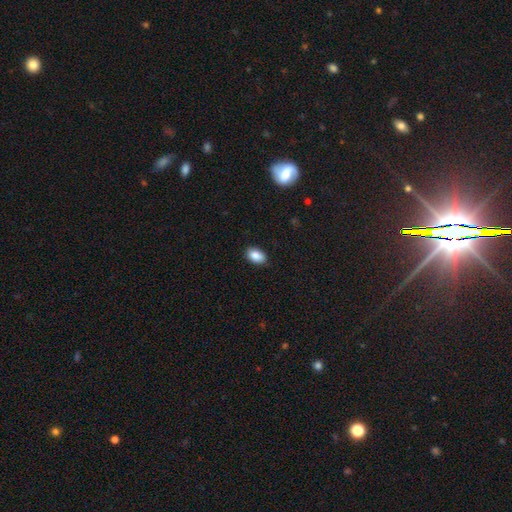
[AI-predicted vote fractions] Overall: smooth (87%). How rounded: in between (88%). Merging: none (87%).